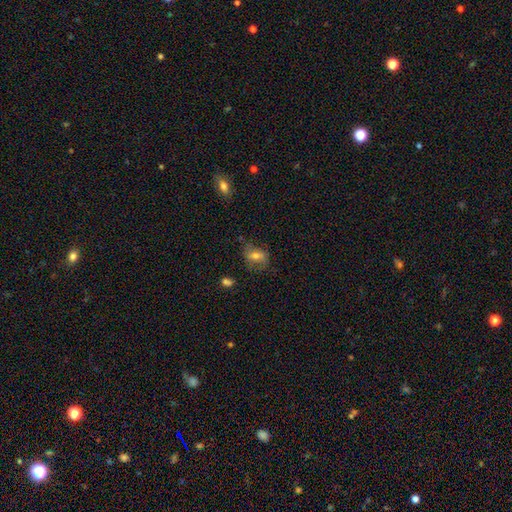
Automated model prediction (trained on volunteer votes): A smooth galaxy with no disk features (66%) that is in between round and cigar-shaped (73%).

Vote fractions:
- Smooth or featured? smooth: 66% / featured or disk: 24% / star or artifact: 10%
- How rounded? in between: 73% / round: 24% / cigar-shaped: 3%
- Merging? none: 61% / minor disturbance: 25% / major disturbance: 12% / merger: 3%